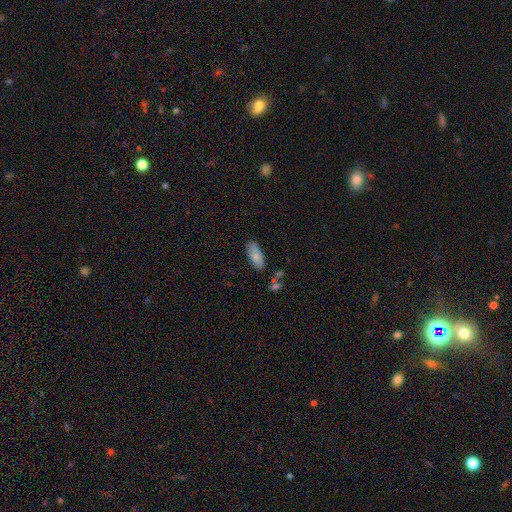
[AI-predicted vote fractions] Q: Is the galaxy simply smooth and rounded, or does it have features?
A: smooth — 75%.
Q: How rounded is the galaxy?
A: in between — 81%.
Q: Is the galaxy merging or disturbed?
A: none — 73%.